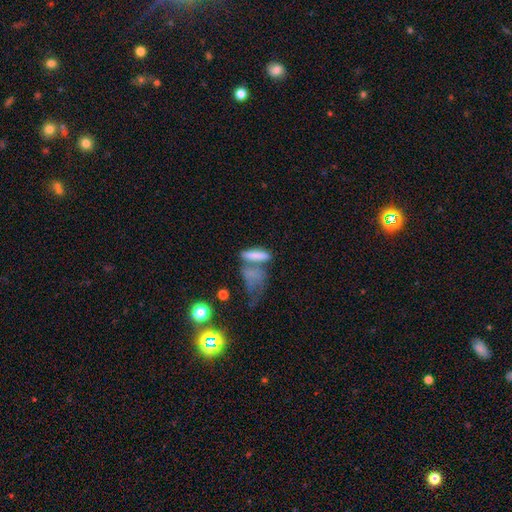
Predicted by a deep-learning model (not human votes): Morphology: type=smooth (73%); roundness=cigar-shaped (60%); merging=merger (42%).